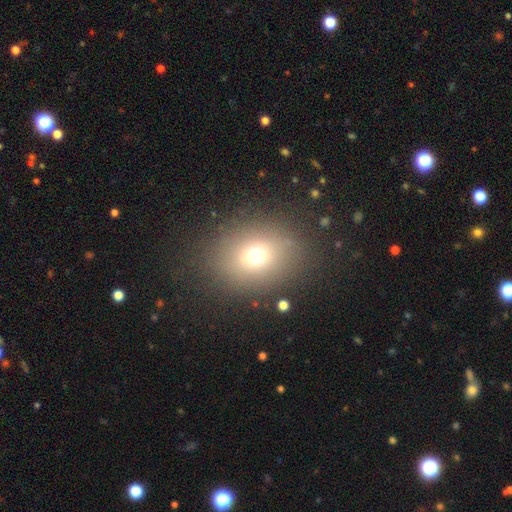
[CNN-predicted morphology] The model was most divided on "how rounded": round: 62%, in between: 37%, cigar-shaped: 1%. More confident: merging — none (83%); smooth or featured — smooth (68%).